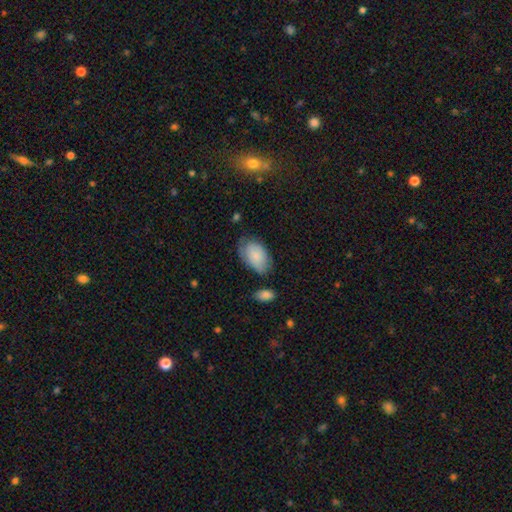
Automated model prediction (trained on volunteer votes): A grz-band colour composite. It shows a smooth galaxy with no disk features (80%) that is in between round and cigar-shaped (92%). Merging: none (57%).